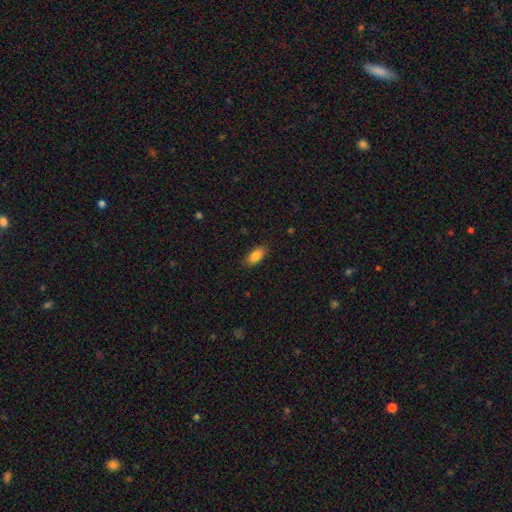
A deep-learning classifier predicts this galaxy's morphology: Q: Smooth or featured?
A: smooth (86%); runner-up: featured or disk (7%)
Q: How rounded?
A: in between (88%); runner-up: cigar-shaped (10%)
Q: Merging?
A: none (87%); runner-up: minor disturbance (10%)